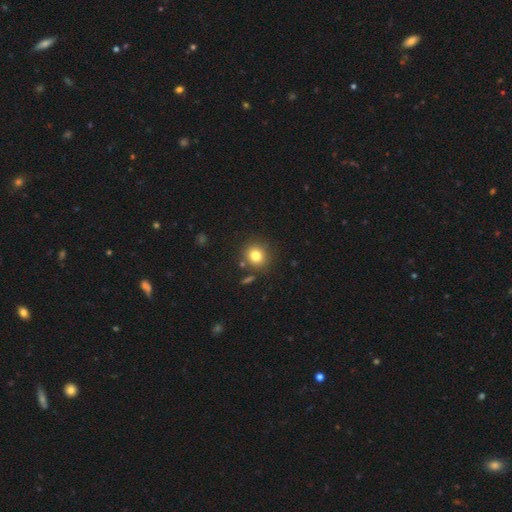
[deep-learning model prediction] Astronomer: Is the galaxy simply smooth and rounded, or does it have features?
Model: smooth — 79%.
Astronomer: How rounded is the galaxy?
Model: round — 85%.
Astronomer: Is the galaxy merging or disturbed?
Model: none — 82%.